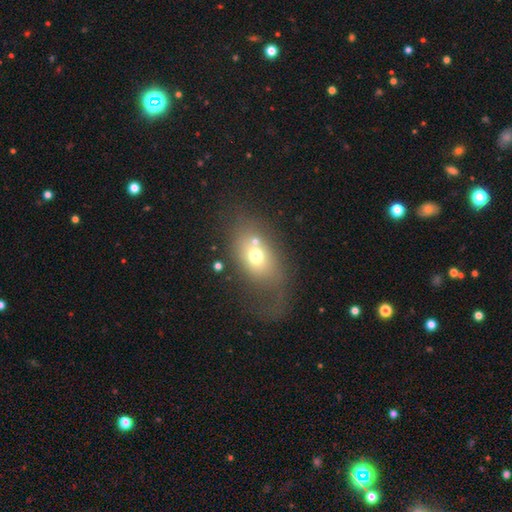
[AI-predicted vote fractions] This is likely a smooth galaxy (62%). How rounded: likely in between (74%). Merging: marginally none (38%).